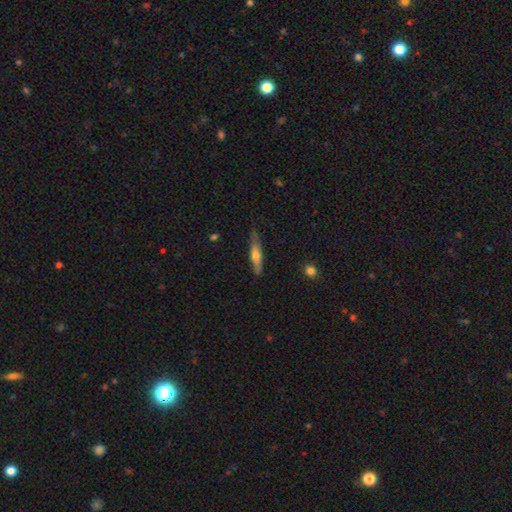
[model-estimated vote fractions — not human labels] Smooth or featured?
  - smooth: 53% *
  - featured or disk: 41%
  - star or artifact: 6%
How rounded?
  - cigar-shaped: 80% *
  - in between: 18%
  - round: 2%
Merging?
  - none: 75% *
  - minor disturbance: 20%
  - major disturbance: 4%
  - merger: 2%